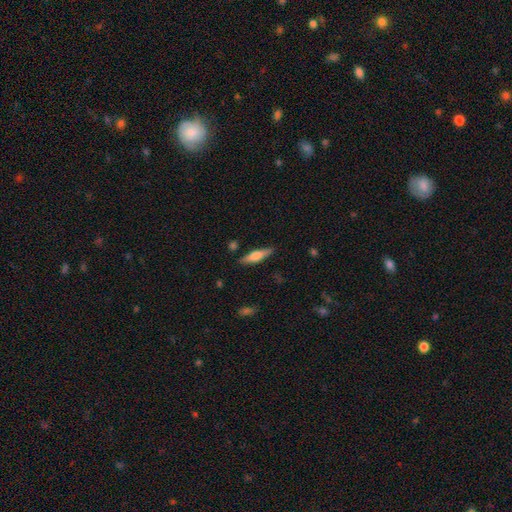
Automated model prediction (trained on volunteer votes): smooth-or-featured: smooth: 54% | featured or disk: 40% | star or artifact: 6%
  how-rounded: cigar-shaped: 69% | in between: 29% | round: 2%
  merging: none: 84% | minor disturbance: 12% | major disturbance: 2% | merger: 2%